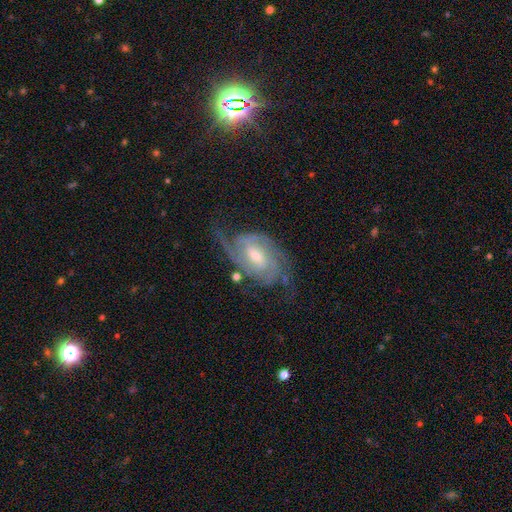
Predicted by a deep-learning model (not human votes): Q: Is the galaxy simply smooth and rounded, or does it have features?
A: featured or disk — 89%.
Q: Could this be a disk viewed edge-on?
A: no — 97%.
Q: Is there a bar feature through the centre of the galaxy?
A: weak — 52%.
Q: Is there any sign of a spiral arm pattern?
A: yes — 98%.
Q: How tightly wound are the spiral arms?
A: tight — 45%.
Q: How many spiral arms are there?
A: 2 — 47%.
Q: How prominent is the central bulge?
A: moderate — 54%.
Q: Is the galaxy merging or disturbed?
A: none — 66%.